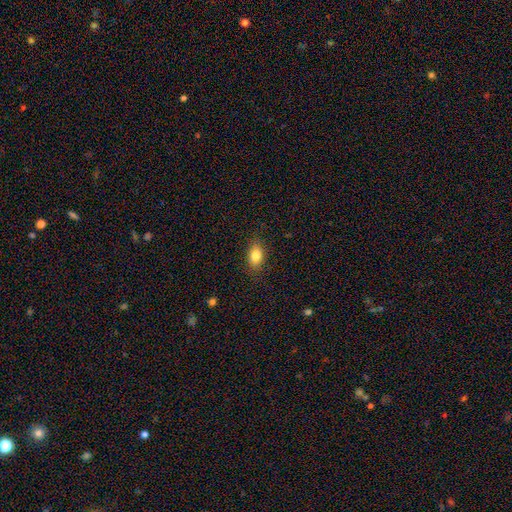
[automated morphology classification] smooth-or-featured: smooth: 83% | featured or disk: 9% | star or artifact: 8%
  how-rounded: in between: 87% | round: 10% | cigar-shaped: 3%
  merging: none: 86% | minor disturbance: 10% | major disturbance: 3% | merger: 1%